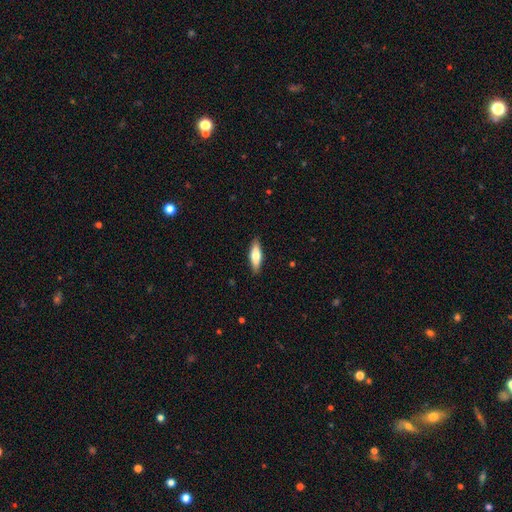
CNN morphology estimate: smooth-or-featured: smooth: 65% | featured or disk: 29% | star or artifact: 6%
  how-rounded: in between: 52% | cigar-shaped: 46% | round: 2%
  merging: none: 88% | minor disturbance: 9% | major disturbance: 2% | merger: 1%